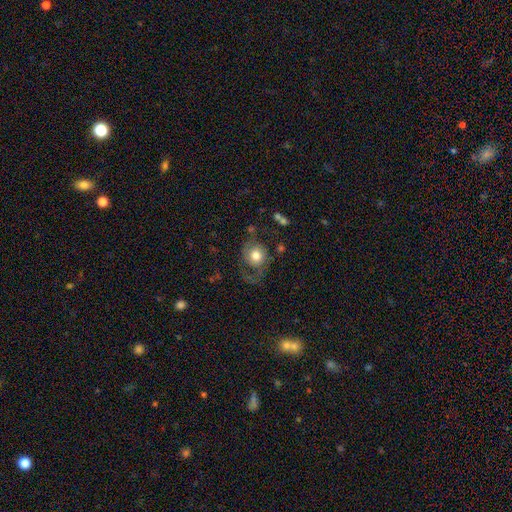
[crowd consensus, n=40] This appears to be a smooth galaxy with no disk features (72%) that is round (83%). Merging: major disturbance (59%).